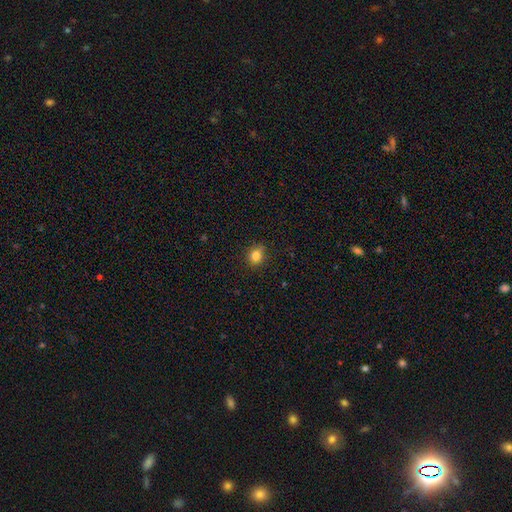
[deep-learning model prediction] Smooth or featured: smooth — 81% (star or artifact — 12%)
How rounded: round — 73% (in between — 26%)
Merging: none — 83% (minor disturbance — 14%)